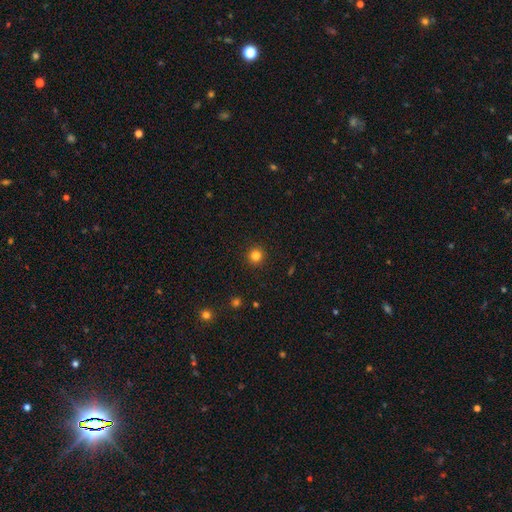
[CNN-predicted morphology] smooth_or_featured: smooth (p=0.81) [alt: star or artifact p=0.14]
how_rounded: round (p=0.95) [alt: in between p=0.04]
merging: none (p=0.92) [alt: minor disturbance p=0.05]